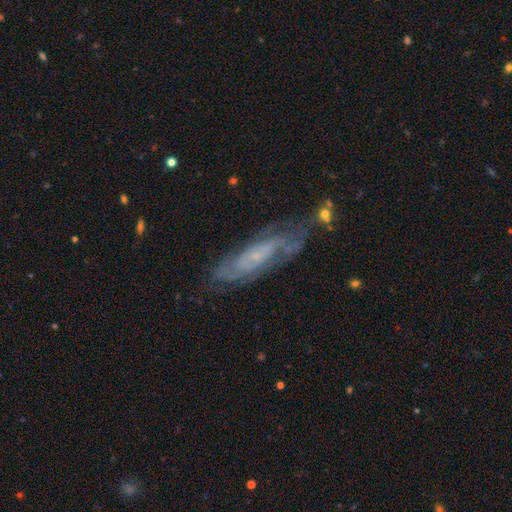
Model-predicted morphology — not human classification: Smooth or featured? featured or disk (75%)
Edge-on disk? no (82%)
Bar? no (63%)
Spiral arms? yes (88%)
Spiral winding? tight (51%)
Spiral arm count? can't tell (45%)
Bulge size? small (74%)
Merging? none (63%)